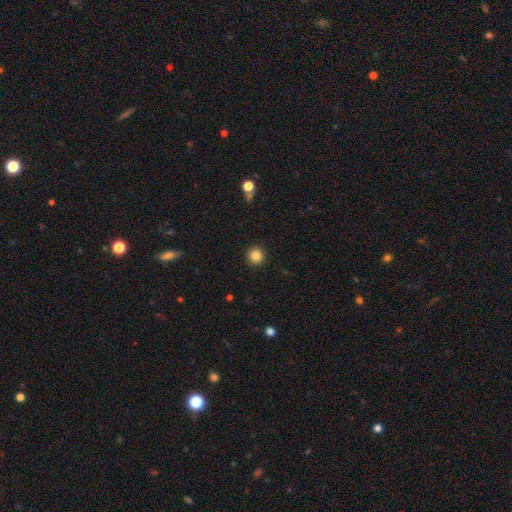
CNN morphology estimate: smooth 84%, star or artifact 11%, featured or disk 5%. Down the decision tree: how rounded — round (95%); merging — none (93%).